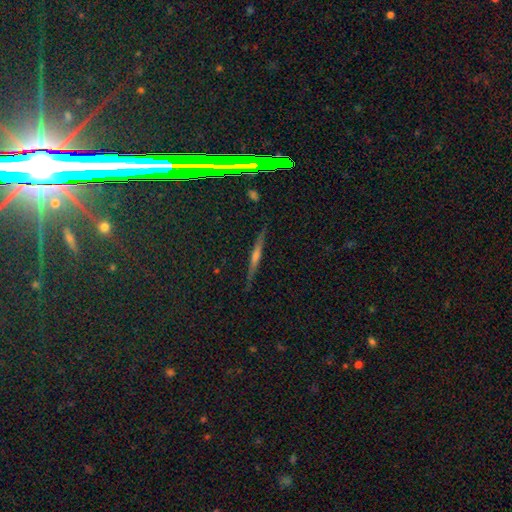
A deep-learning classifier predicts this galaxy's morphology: smooth-or-featured: featured or disk: 56% | smooth: 26% | star or artifact: 18%
  disk-edge-on: yes: 96% | no: 4%
    edge-on-bulge: rounded: 58% | none: 28% | boxy: 14%
  merging: none: 87% | minor disturbance: 9% | major disturbance: 2% | merger: 1%